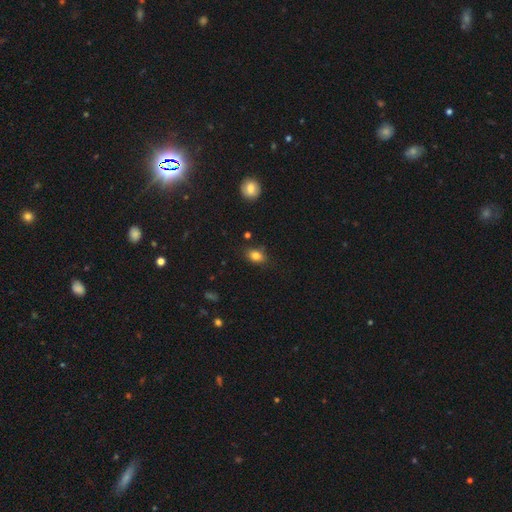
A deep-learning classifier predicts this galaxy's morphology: Smooth or featured? smooth (83%)
How rounded? in between (76%)
Merging? none (80%)